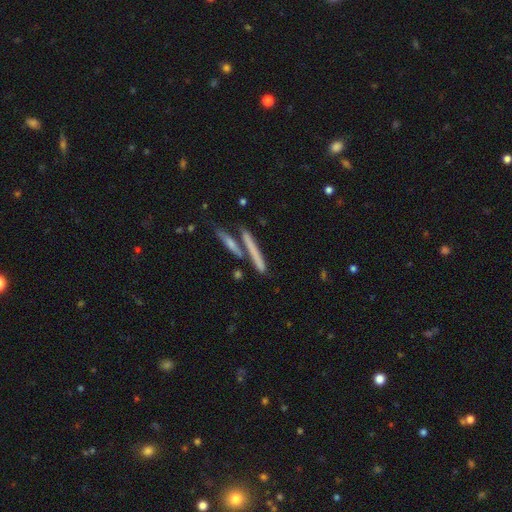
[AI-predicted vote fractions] Smooth or featured? smooth (56%)
How rounded? cigar-shaped (92%)
Merging? none (69%)